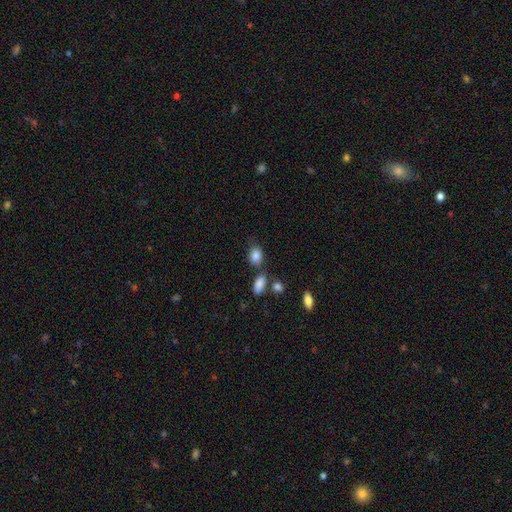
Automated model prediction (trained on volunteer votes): This appears to be a smooth galaxy with no disk features (86%) that is in between round and cigar-shaped (71%). Merging: none (66%).